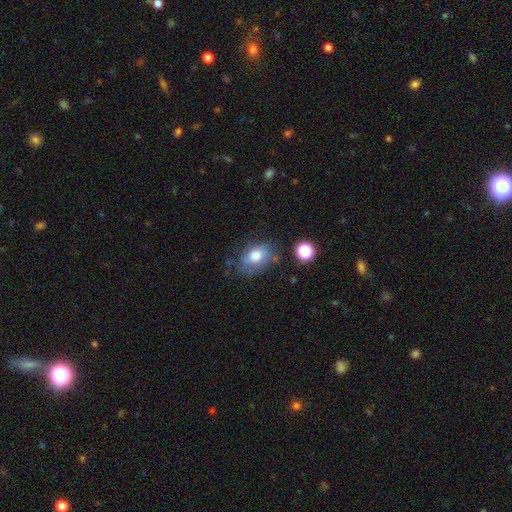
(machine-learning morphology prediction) This is possibly a smooth galaxy (60%). How rounded: likely in between (75%). Merging: possibly none (51%).